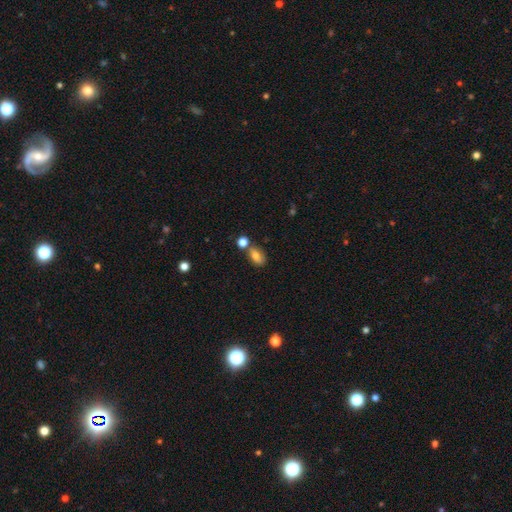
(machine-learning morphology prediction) Smooth or featured? smooth (78%)
How rounded? in between (85%)
Merging? none (63%)